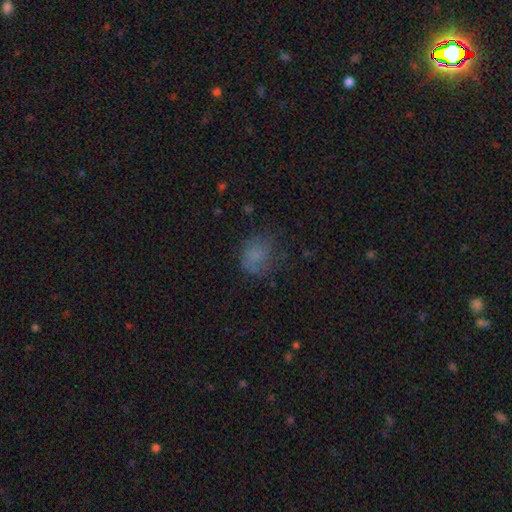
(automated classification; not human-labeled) A smooth galaxy with no disk features (65%) that is round (57%). Merging: none (55%).